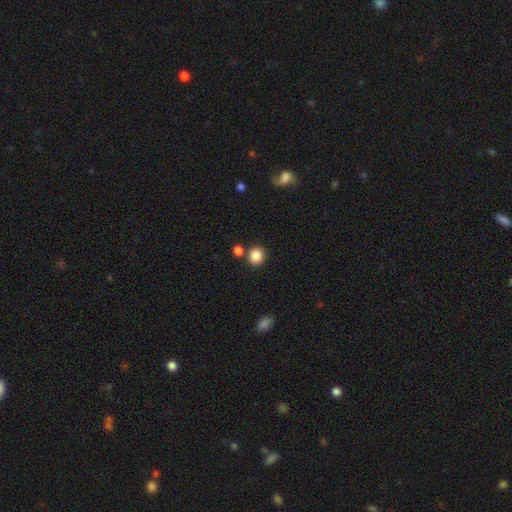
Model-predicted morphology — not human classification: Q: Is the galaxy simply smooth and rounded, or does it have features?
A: smooth — 86%.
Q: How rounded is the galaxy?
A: round — 88%.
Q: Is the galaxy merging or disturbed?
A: none — 78%.